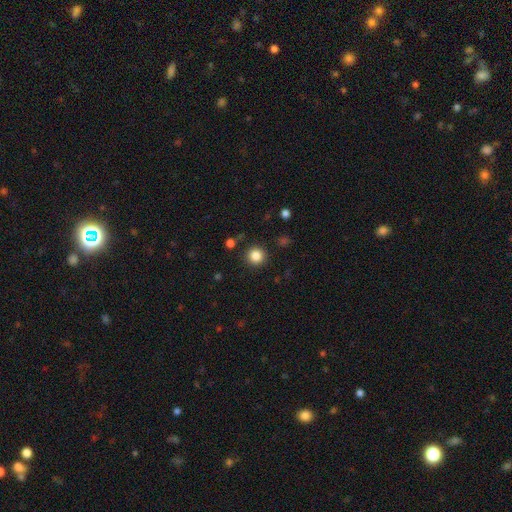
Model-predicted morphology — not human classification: smooth-or-featured: smooth: 85% | star or artifact: 11% | featured or disk: 4%
  how-rounded: round: 94% | in between: 5% | cigar-shaped: 1%
  merging: none: 90% | minor disturbance: 6% | major disturbance: 2% | merger: 2%